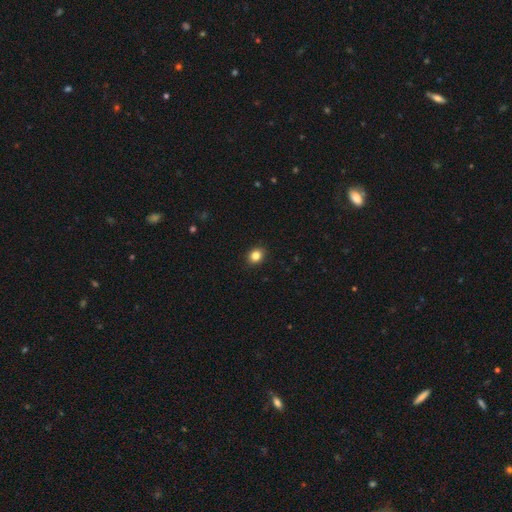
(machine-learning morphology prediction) Q: Smooth or featured?
A: smooth (85%); runner-up: star or artifact (10%)
Q: How rounded?
A: round (60%); runner-up: in between (39%)
Q: Merging?
A: none (91%); runner-up: minor disturbance (6%)